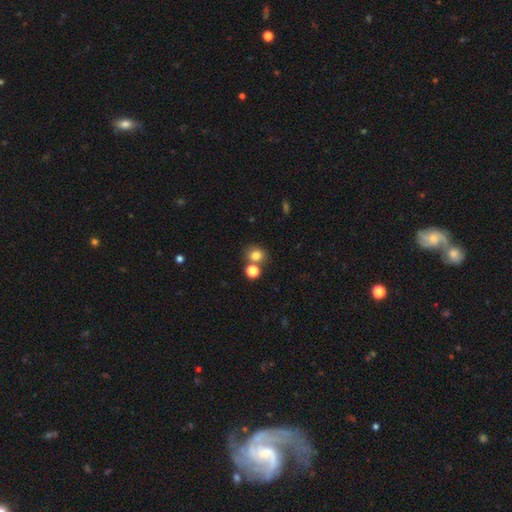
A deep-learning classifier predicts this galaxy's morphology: This is likely a smooth galaxy (80%). How rounded: likely round (76%). Merging: likely none (64%).